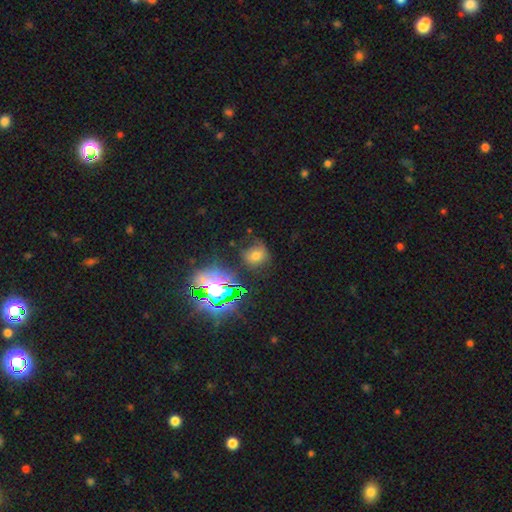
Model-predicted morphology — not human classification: Smooth or featured? Predicted: smooth (p=0.55). How rounded? Predicted: round (p=0.71). Merging? Predicted: none (p=0.60).